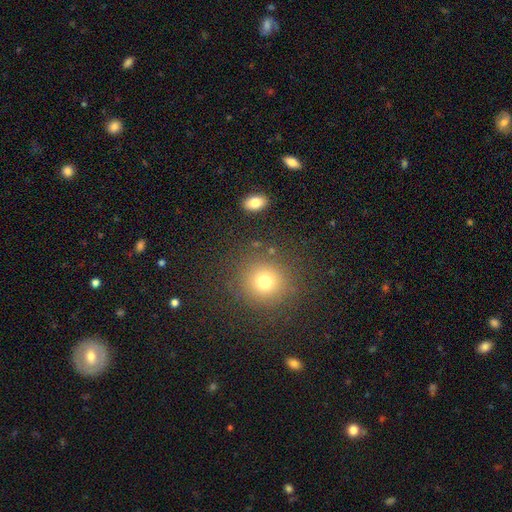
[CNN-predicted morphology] smooth-or-featured: smooth: 62% | star or artifact: 30% | featured or disk: 8%
  how-rounded: round: 93% | in between: 6% | cigar-shaped: 1%
  merging: none: 90% | minor disturbance: 6% | major disturbance: 3% | merger: 2%